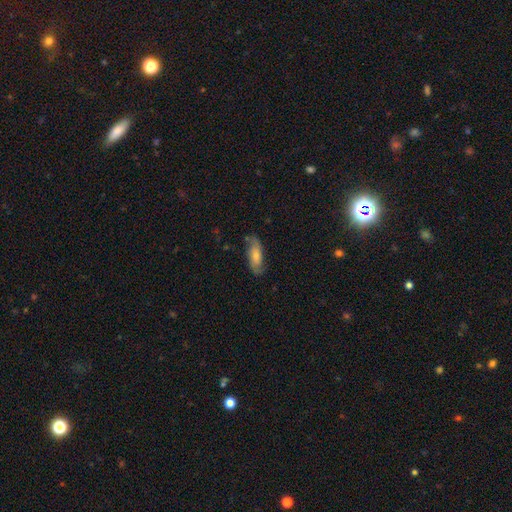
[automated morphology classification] smooth_or_featured: smooth (p=0.55) [alt: featured or disk p=0.38]
how_rounded: in between (p=0.74) [alt: cigar-shaped p=0.24]
merging: none (p=0.73) [alt: minor disturbance p=0.20]